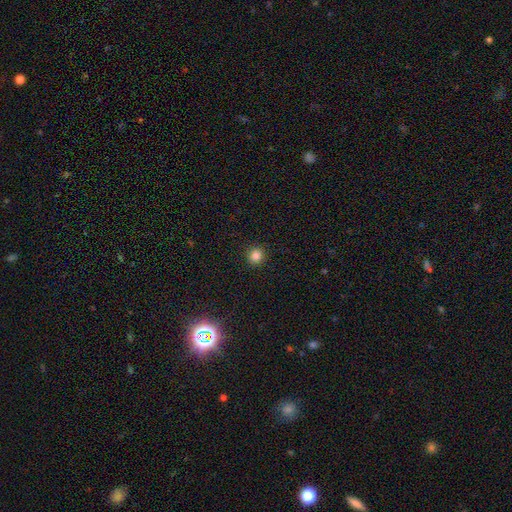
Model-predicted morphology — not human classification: This appears to be a smooth galaxy with no disk features (83%) that is round (92%). Merging: none (92%).